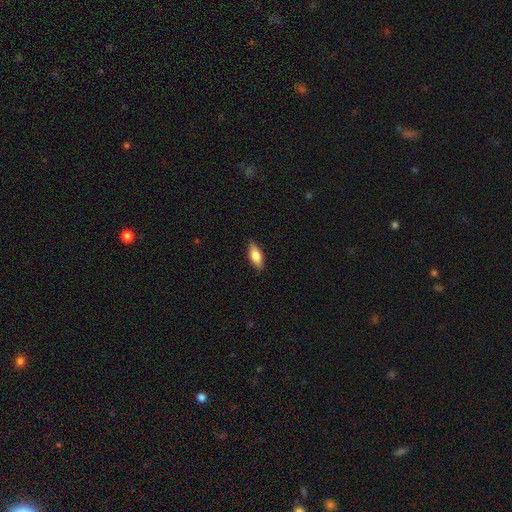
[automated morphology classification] Smooth or featured? Predicted: smooth (p=0.80). How rounded? Predicted: in between (p=0.82). Merging? Predicted: none (p=0.86).